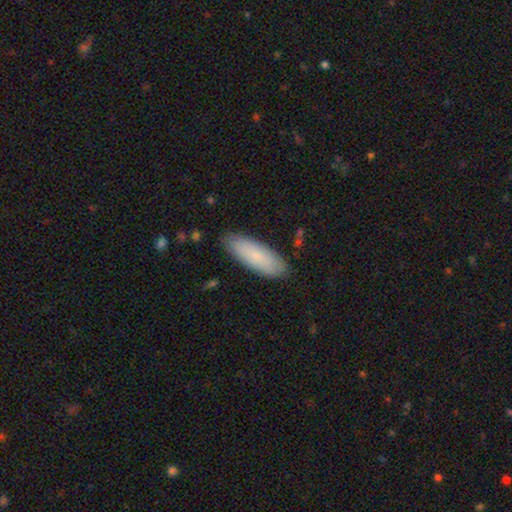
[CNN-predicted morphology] Smooth or featured? smooth (84%)
How rounded? in between (62%)
Merging? none (86%)